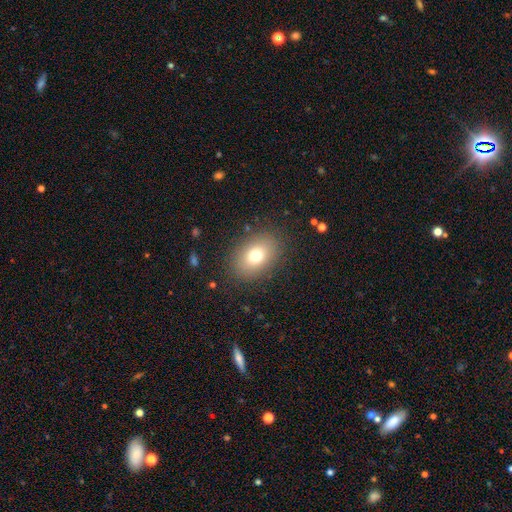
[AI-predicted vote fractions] This is likely a smooth galaxy (74%). How rounded: likely in between (73%). Merging: clearly none (86%).